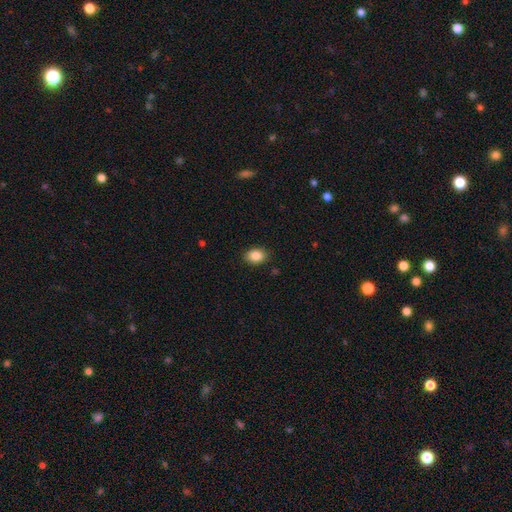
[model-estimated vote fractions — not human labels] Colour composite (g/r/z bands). It shows a smooth galaxy with no disk features (88%) that is in between round and cigar-shaped (74%). Merging: none (87%).